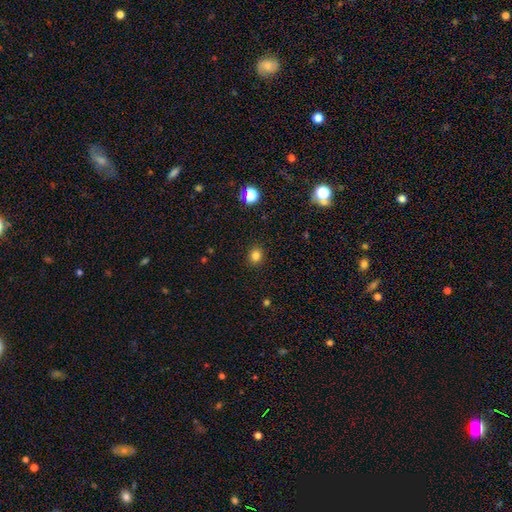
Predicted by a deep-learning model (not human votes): This is clearly a smooth galaxy (81%). How rounded: likely round (73%). Merging: clearly none (91%).